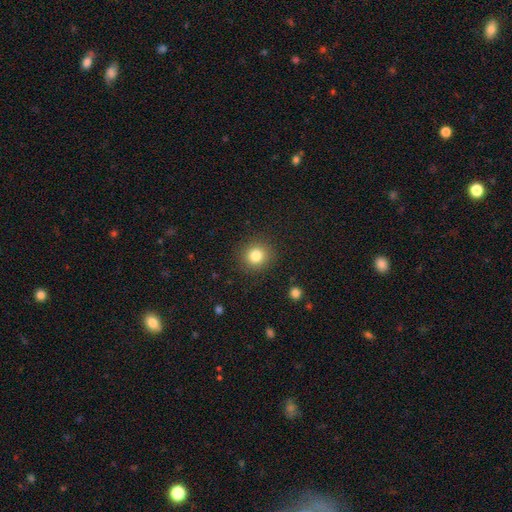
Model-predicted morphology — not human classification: type=smooth (81%); roundness=round (89%); merging=none (89%).